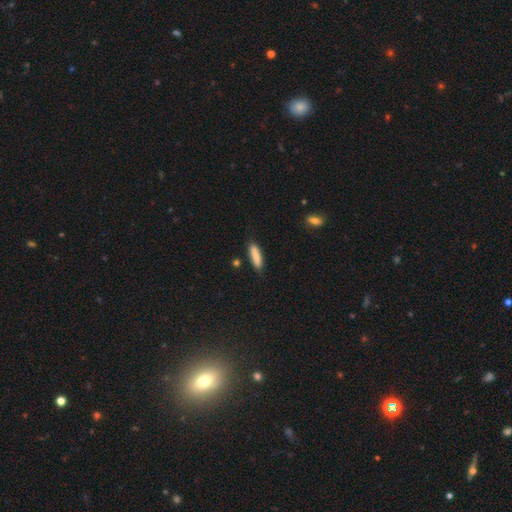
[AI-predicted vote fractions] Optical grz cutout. It shows a smooth galaxy with no disk features (85%) that is cigar-shaped (70%). Merging: none (82%).